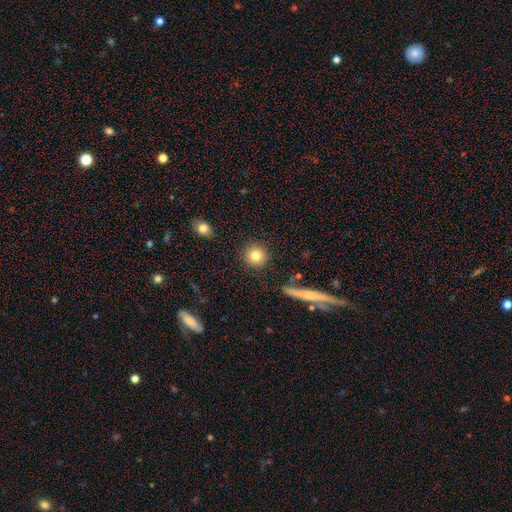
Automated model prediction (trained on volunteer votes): Smooth or featured: smooth — 82% (featured or disk — 9%)
How rounded: round — 93% (in between — 6%)
Merging: none — 89% (minor disturbance — 6%)